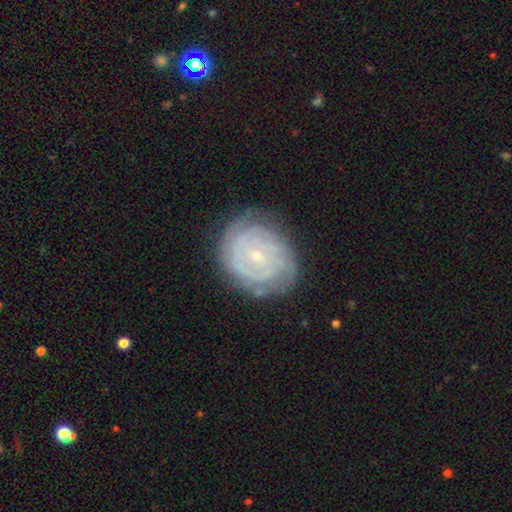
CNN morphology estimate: Smooth or featured? featured or disk (81%)
Edge-on disk? no (97%)
Bar? no (59%)
Spiral arms? yes (94%)
Spiral winding? tight (81%)
Spiral arm count? can't tell (38%)
Bulge size? small (81%)
Merging? none (75%)